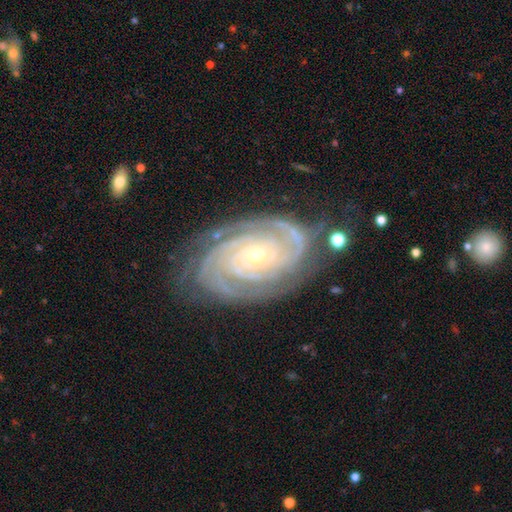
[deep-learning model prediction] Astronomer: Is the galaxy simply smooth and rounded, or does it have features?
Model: featured or disk — 92%.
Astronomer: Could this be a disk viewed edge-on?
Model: no — 97%.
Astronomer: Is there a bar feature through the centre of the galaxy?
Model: no — 71%.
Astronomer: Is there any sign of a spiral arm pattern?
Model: yes — 99%.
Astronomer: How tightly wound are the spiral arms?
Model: tight — 83%.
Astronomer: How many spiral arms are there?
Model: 3 — 27% (runner-up: 2, 25%).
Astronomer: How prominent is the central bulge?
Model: small — 80%.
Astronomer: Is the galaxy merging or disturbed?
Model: none — 76%.